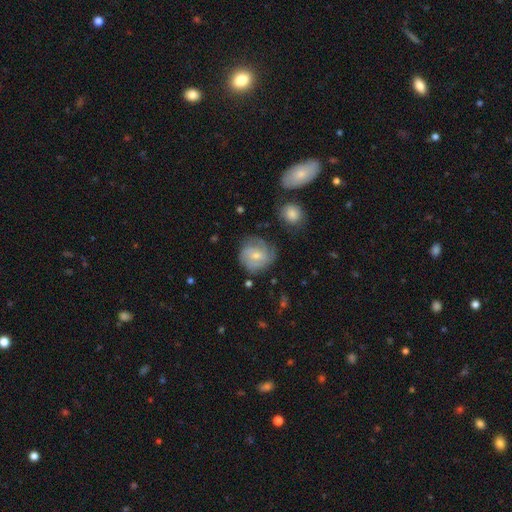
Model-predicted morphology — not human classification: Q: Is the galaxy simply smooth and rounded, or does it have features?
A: featured or disk — 62%.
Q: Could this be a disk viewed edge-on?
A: no — 97%.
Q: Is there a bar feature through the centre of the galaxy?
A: weak — 46%, tied with no.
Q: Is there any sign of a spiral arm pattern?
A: yes — 85%.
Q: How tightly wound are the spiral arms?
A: tight — 53%.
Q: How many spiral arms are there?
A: can't tell — 40%.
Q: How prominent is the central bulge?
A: small — 51%.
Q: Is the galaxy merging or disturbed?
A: none — 67%.